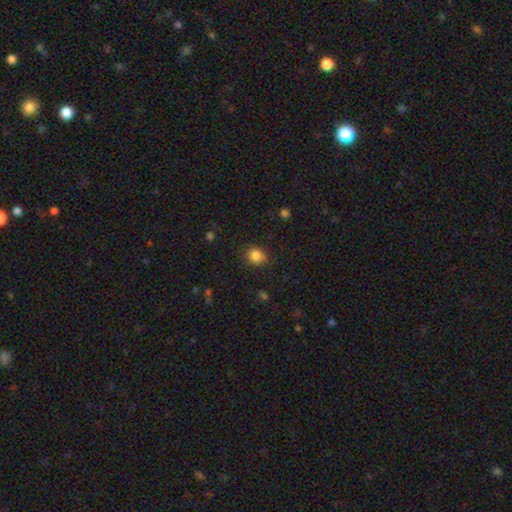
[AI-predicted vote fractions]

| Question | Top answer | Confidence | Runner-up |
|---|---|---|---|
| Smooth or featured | smooth | 85% | star or artifact (10%) |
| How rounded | round | 74% | in between (25%) |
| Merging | none | 85% | minor disturbance (11%) |